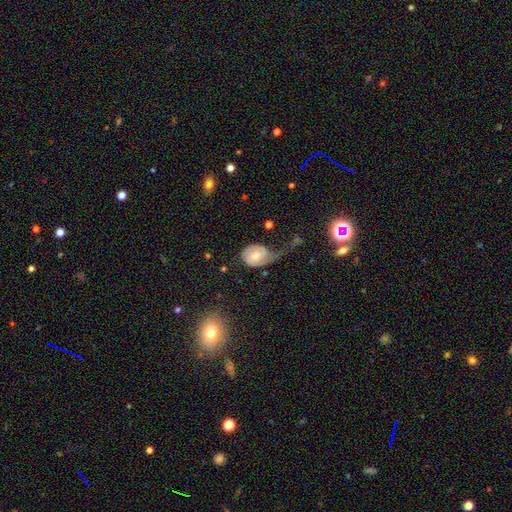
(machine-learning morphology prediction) Smooth or featured?
  - smooth: 47% *
  - featured or disk: 46%
  - star or artifact: 7%
Merging?
  - major disturbance: 50% *
  - minor disturbance: 25%
  - none: 20%
  - merger: 5%